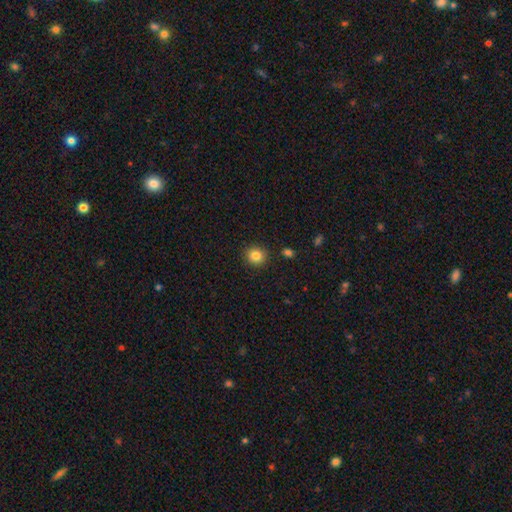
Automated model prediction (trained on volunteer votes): Smooth or featured? smooth (84%)
How rounded? round (88%)
Merging? none (89%)